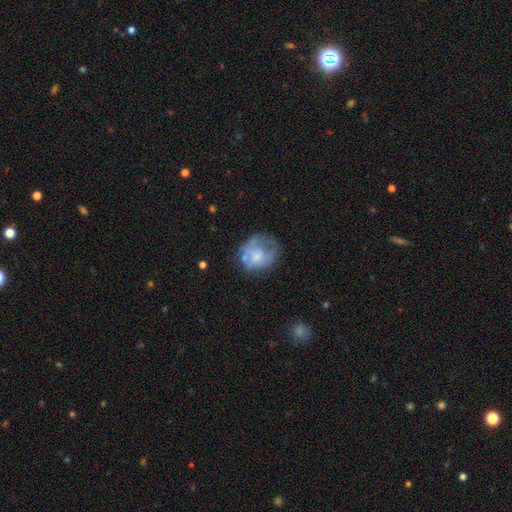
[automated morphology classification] smooth 50%, featured or disk 41%, star or artifact 9%. Down the decision tree: how rounded — round (65%); merging — none (44%).